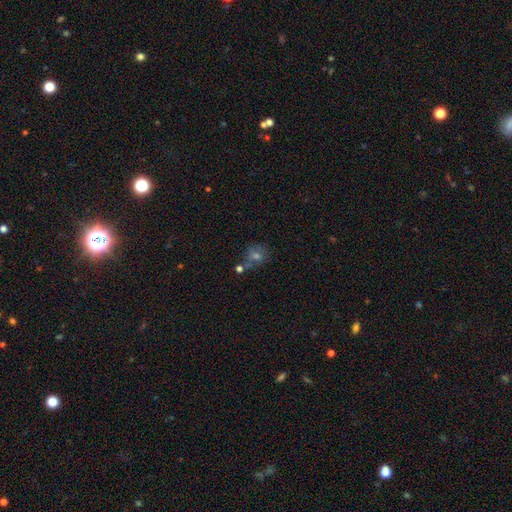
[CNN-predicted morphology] This is possibly a smooth galaxy (48%). Merging: likely none (60%).